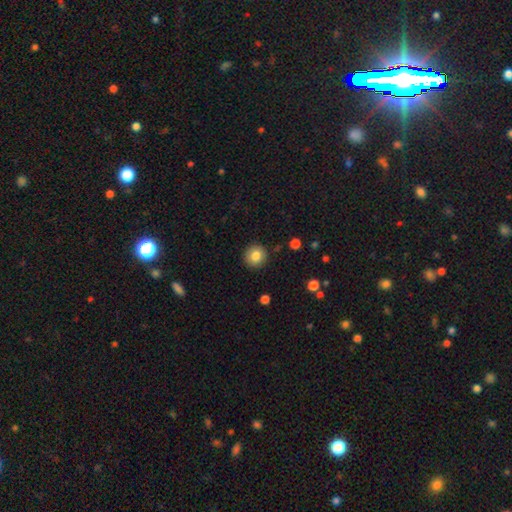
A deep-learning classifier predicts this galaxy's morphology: A smooth galaxy with no disk features (84%) that is round (92%). Merging: none (91%).